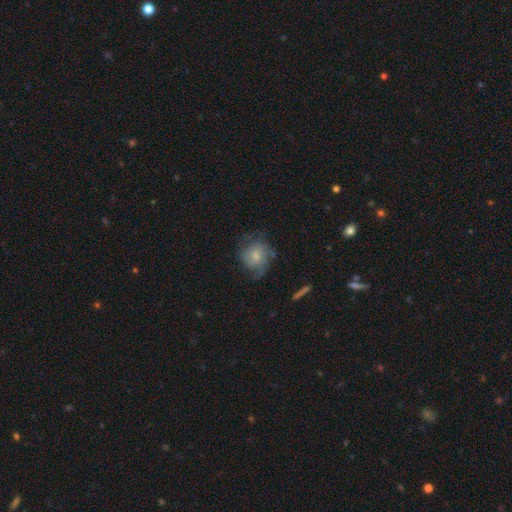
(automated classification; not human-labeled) Smooth or featured?
  - smooth: 50% *
  - featured or disk: 42%
  - star or artifact: 8%
How rounded?
  - round: 68% *
  - in between: 31%
  - cigar-shaped: 1%
Merging?
  - none: 51% *
  - minor disturbance: 28%
  - major disturbance: 19%
  - merger: 2%